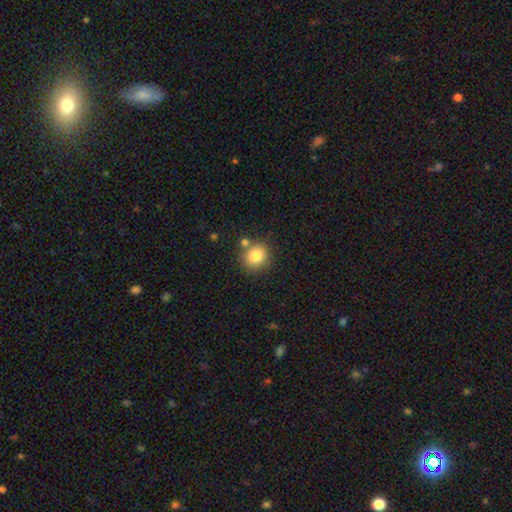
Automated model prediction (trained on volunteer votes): smooth_or_featured: smooth (p=0.82) [alt: star or artifact p=0.10]
how_rounded: round (p=0.82) [alt: in between p=0.17]
merging: none (p=0.74) [alt: merger p=0.13]